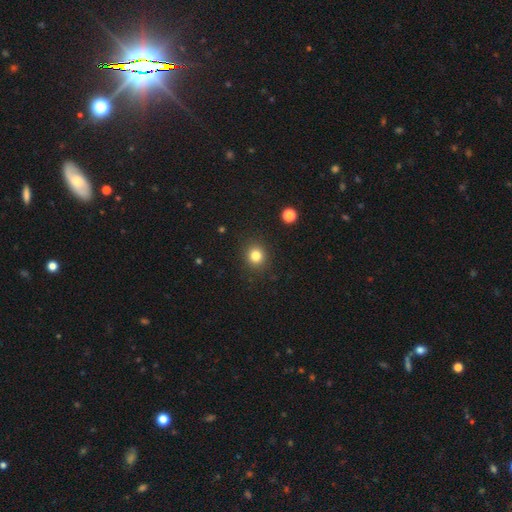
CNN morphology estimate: type=smooth (82%); roundness=round (86%); merging=none (90%).